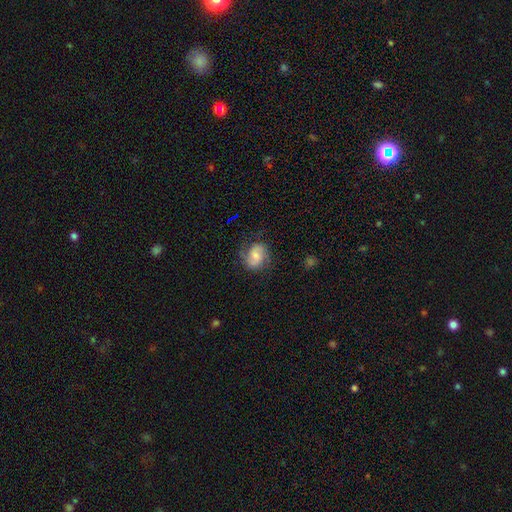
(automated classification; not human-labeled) Overall: featured or disk (51%; smooth 40%). Edge-on disk: no (97%). Merging: none (67%).